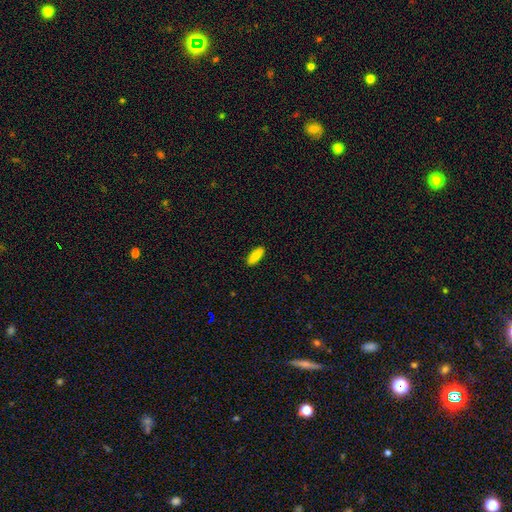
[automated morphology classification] smooth 88%, star or artifact 6%, featured or disk 5%. Down the decision tree: how rounded — in between (62%); merging — none (90%).